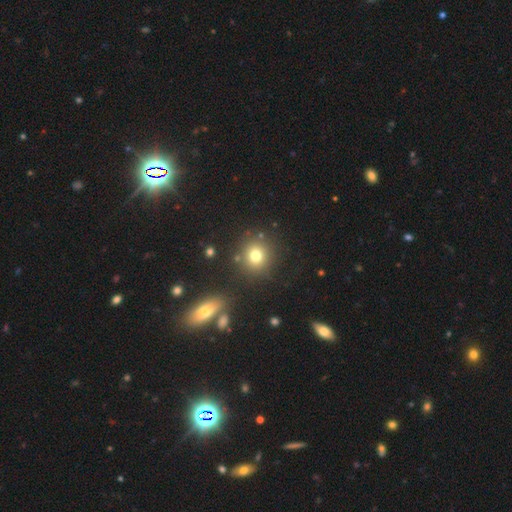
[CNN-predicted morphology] Smooth or featured? Predicted: smooth (p=0.76). How rounded? Predicted: round (p=0.90). Merging? Predicted: none (p=0.82).